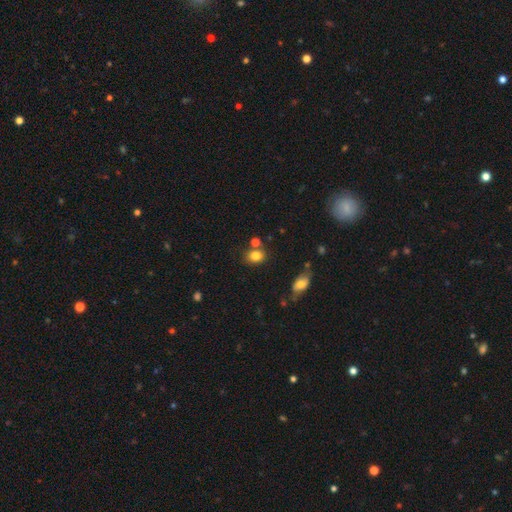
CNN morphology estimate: A smooth galaxy with no disk features (81%) that is in between round and cigar-shaped (52%). Merging: none (70%).